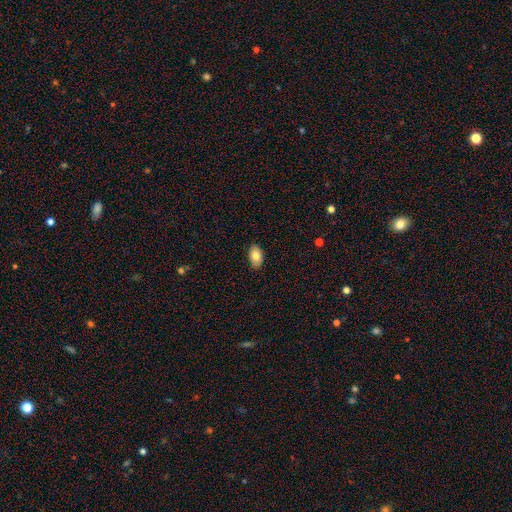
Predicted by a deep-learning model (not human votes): This appears to be a smooth galaxy with no disk features (81%) that is in between round and cigar-shaped (93%). Merging: none (88%).